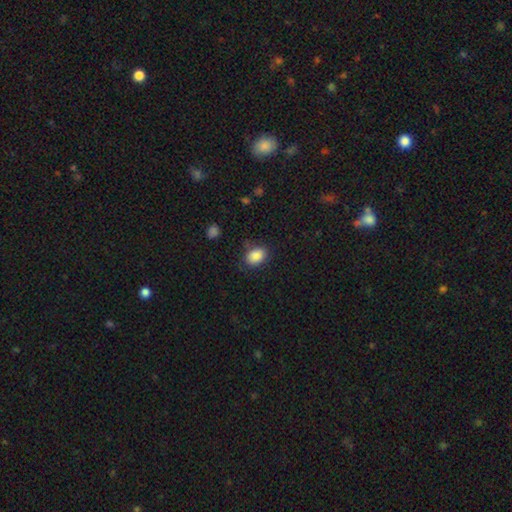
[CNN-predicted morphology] smooth_or_featured: smooth (p=0.87) [alt: star or artifact p=0.09]
how_rounded: in between (p=0.74) [alt: round p=0.24]
merging: none (p=0.76) [alt: minor disturbance p=0.17]